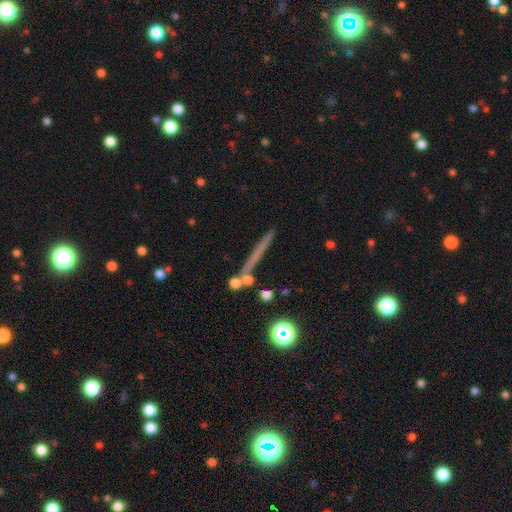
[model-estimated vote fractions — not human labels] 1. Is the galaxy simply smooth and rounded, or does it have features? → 44% featured or disk, 40% smooth, 16% star or artifact.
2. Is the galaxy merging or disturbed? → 81% none, 9% minor disturbance, 7% merger, 3% major disturbance.